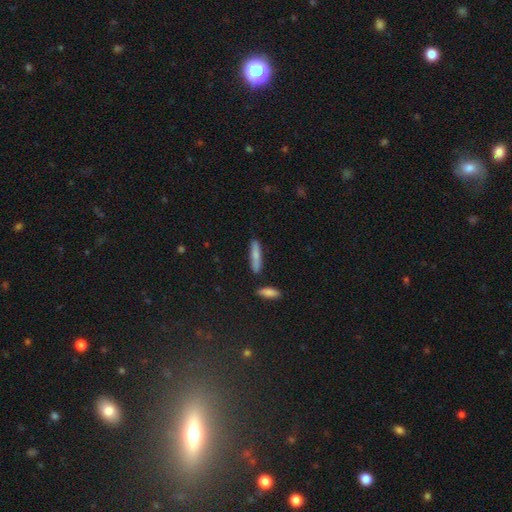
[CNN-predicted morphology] Overall: smooth (76%). How rounded: cigar-shaped (82%). Merging: none (82%).